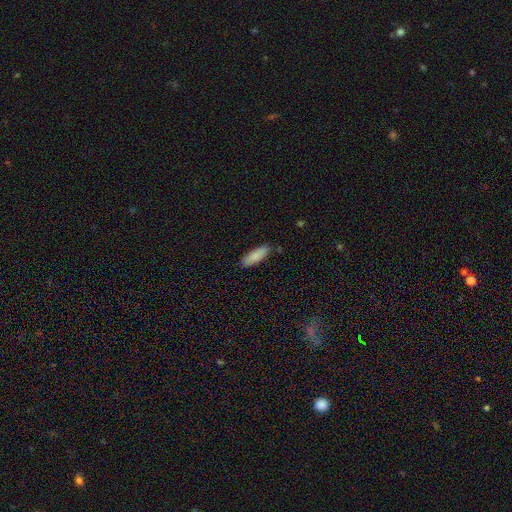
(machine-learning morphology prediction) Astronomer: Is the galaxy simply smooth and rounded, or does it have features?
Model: smooth — 87%.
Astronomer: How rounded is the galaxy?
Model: cigar-shaped — 50% (runner-up: in between, 49%).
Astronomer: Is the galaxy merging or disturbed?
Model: none — 86%.